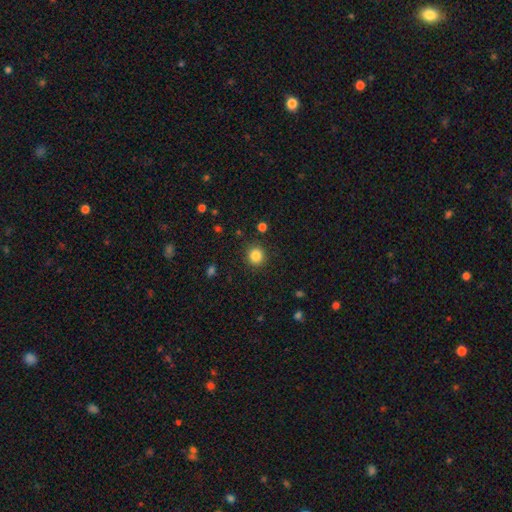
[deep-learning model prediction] A smooth galaxy with no disk features (85%) that is round (90%).

Vote fractions:
- Smooth or featured? smooth: 85% / star or artifact: 11% / featured or disk: 4%
- How rounded? round: 90% / in between: 9% / cigar-shaped: 1%
- Merging? none: 90% / minor disturbance: 6% / major disturbance: 2% / merger: 2%